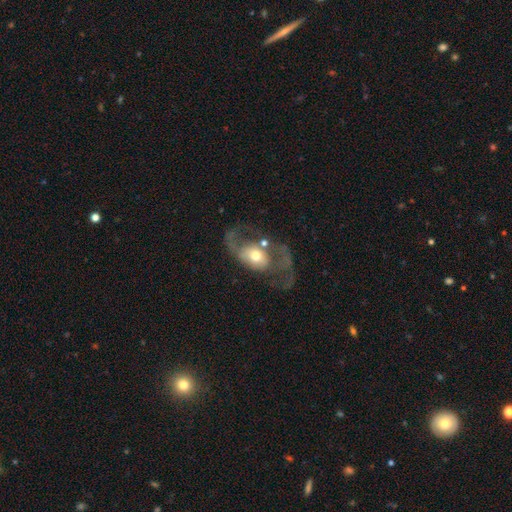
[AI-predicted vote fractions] A featured or disk galaxy (62%) with no bar (71%), spiral arms (62%) and a moderate central bulge (64%). Merging: major disturbance (43%).